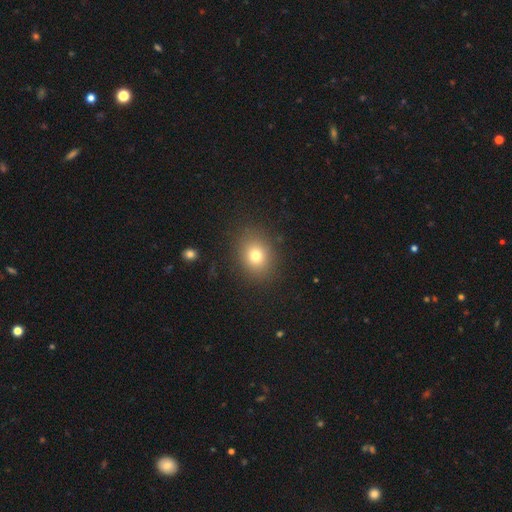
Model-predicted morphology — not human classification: A smooth galaxy with no disk features (76%) that is round (60%). Merging: none (87%).